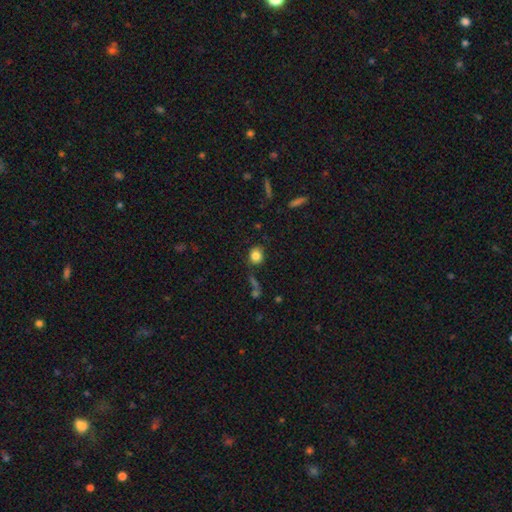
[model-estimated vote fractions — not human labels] smooth_or_featured: smooth (p=0.84) [alt: star or artifact p=0.10]
how_rounded: round (p=0.68) [alt: in between p=0.31]
merging: none (p=0.79) [alt: minor disturbance p=0.13]